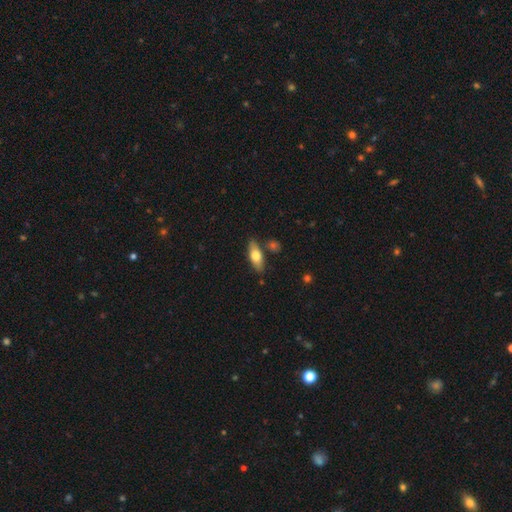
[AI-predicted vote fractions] The model was most divided on "smooth or featured": smooth: 64%, featured or disk: 30%, star or artifact: 6%. More confident: merging — none (78%); how rounded — in between (66%).